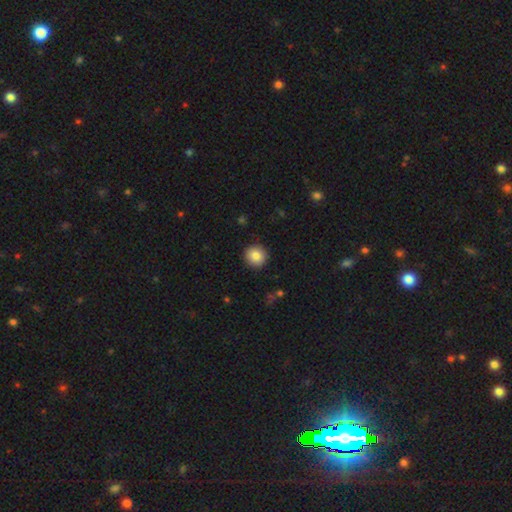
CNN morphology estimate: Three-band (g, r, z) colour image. It shows a smooth galaxy with no disk features (85%) that is round (95%). Merging: none (92%).